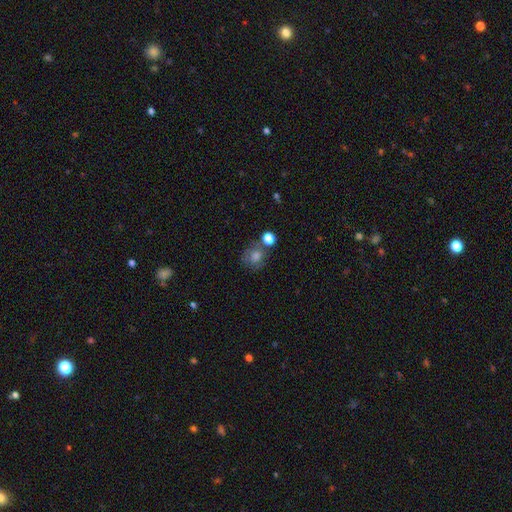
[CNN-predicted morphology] This appears to be a smooth galaxy with no disk features (55%) that is round (74%). Merging: none (61%).